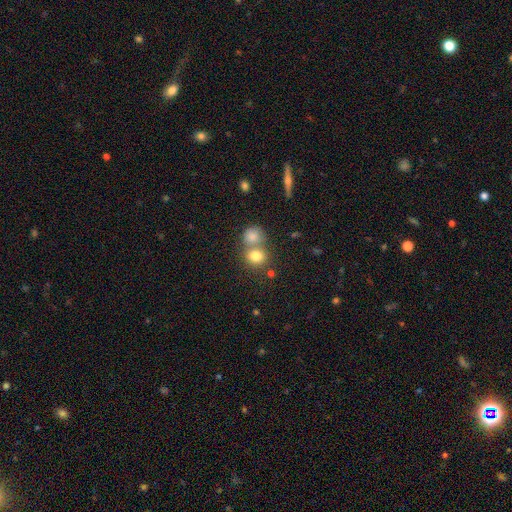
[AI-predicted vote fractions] Smooth or featured? Predicted: smooth (p=0.81). How rounded? Predicted: round (p=0.72). Merging? Predicted: merger (p=0.45).